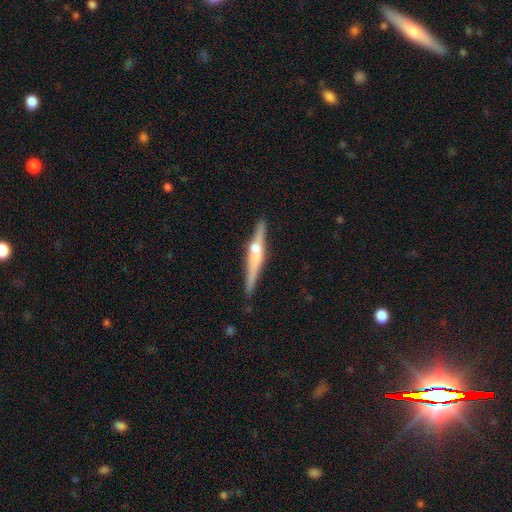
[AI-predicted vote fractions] Smooth or featured: featured or disk — 72% (smooth — 22%)
Edge-on disk: yes — 97% (no — 3%)
Edge-on bulge: rounded — 83% (none — 9%)
Merging: none — 83% (minor disturbance — 11%)